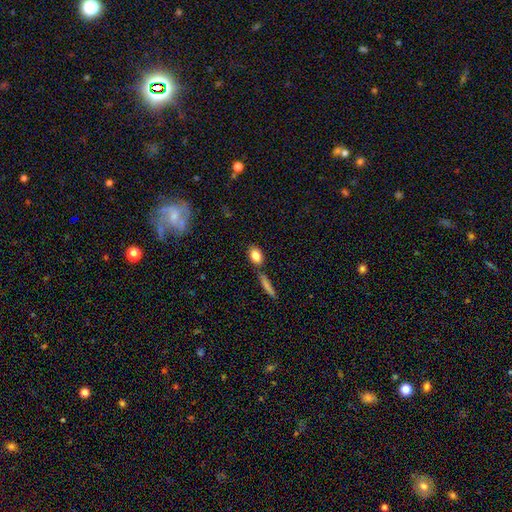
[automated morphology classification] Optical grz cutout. It shows a smooth galaxy with no disk features (83%) that is in between round and cigar-shaped (79%). Merging: none (69%).